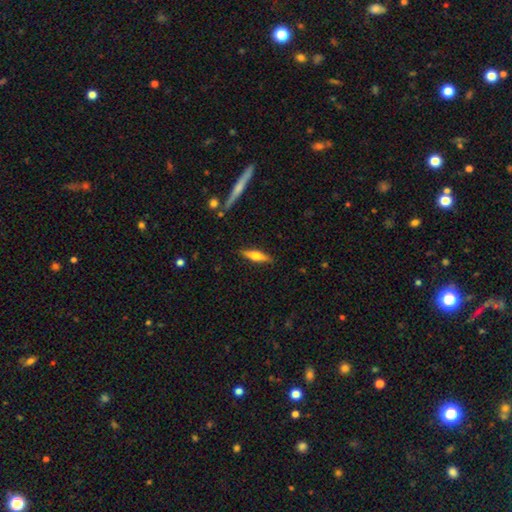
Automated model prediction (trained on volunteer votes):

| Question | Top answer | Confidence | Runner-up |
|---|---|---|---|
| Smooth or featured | featured or disk | 54% | smooth (40%) |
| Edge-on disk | yes | 95% | no (5%) |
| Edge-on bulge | rounded | 91% | boxy (6%) |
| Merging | none | 88% | minor disturbance (8%) |